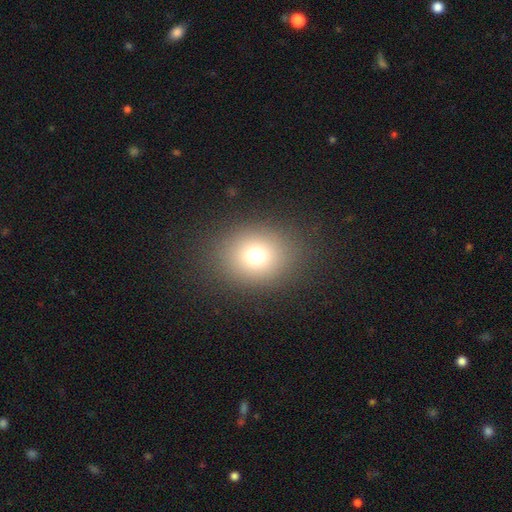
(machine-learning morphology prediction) Smooth or featured?
  - smooth: 74% *
  - star or artifact: 16%
  - featured or disk: 10%
How rounded?
  - round: 64% *
  - in between: 35%
  - cigar-shaped: 1%
Merging?
  - none: 87% *
  - minor disturbance: 8%
  - major disturbance: 4%
  - merger: 1%